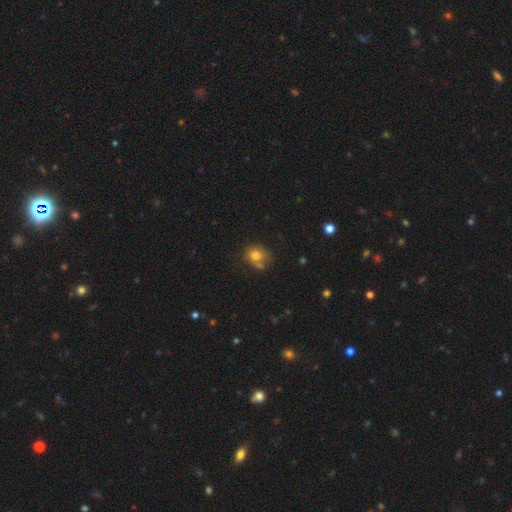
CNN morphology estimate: A smooth galaxy with no disk features (76%) that is round (69%).

Vote fractions:
- Smooth or featured? smooth: 76% / featured or disk: 12% / star or artifact: 12%
- How rounded? round: 69% / in between: 30% / cigar-shaped: 1%
- Merging? none: 54% / minor disturbance: 21% / merger: 18% / major disturbance: 7%